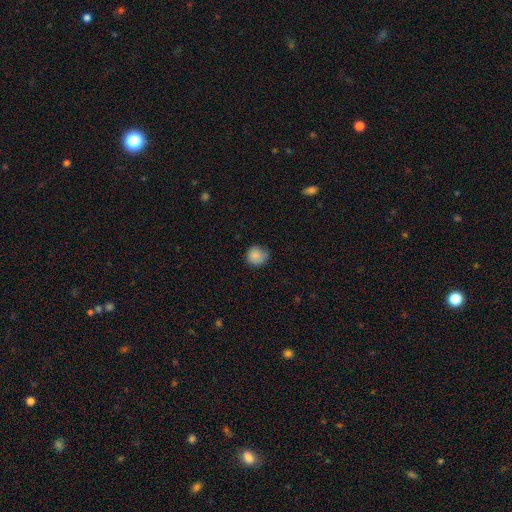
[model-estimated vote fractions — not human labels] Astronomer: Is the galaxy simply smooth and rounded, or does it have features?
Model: smooth — 85%.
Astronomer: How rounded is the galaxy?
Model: round — 85%.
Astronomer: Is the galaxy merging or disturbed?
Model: none — 72%.